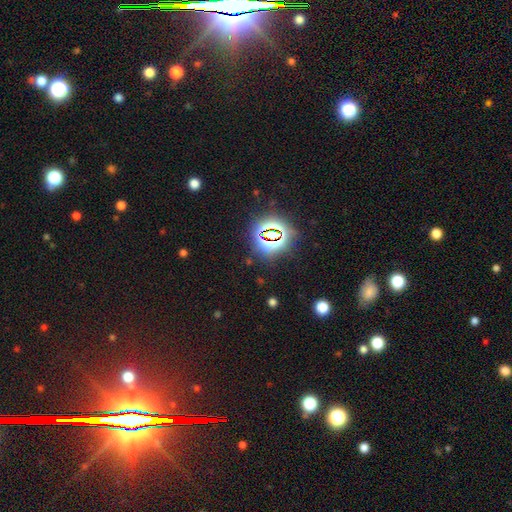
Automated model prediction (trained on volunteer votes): A star or artifact, not a galaxy (77%).

Vote fractions:
- Smooth or featured? star or artifact: 77% / smooth: 14% / featured or disk: 9%